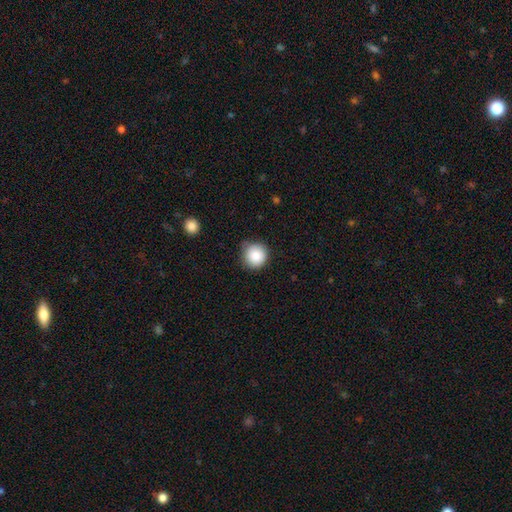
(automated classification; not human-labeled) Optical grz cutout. It shows a smooth galaxy with no disk features (86%) that is round (94%). Merging: none (77%).